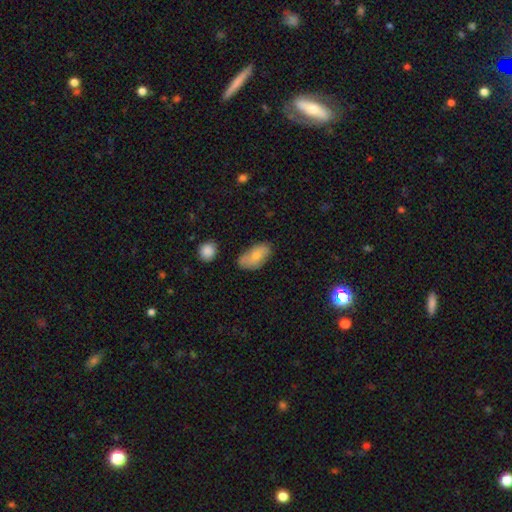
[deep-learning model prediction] This is likely a smooth galaxy (73%). How rounded: clearly in between (93%). Merging: likely none (65%).